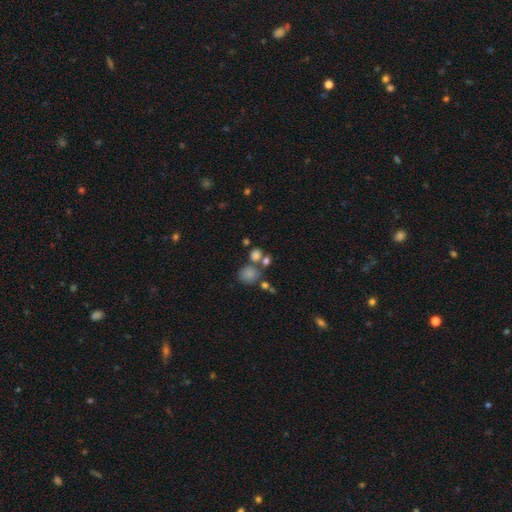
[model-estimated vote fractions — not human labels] The model was most divided on "merging": none: 51%, merger: 34%, minor disturbance: 10%, major disturbance: 5%. More confident: smooth or featured — smooth (76%); how rounded — round (70%).